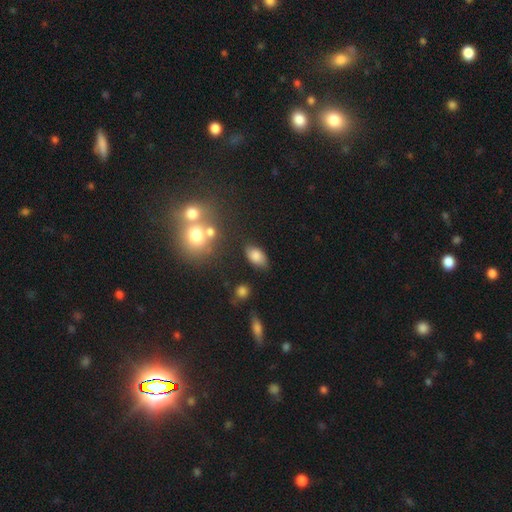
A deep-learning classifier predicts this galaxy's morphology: Overall: smooth (79%). How rounded: in between (91%). Merging: none (77%).